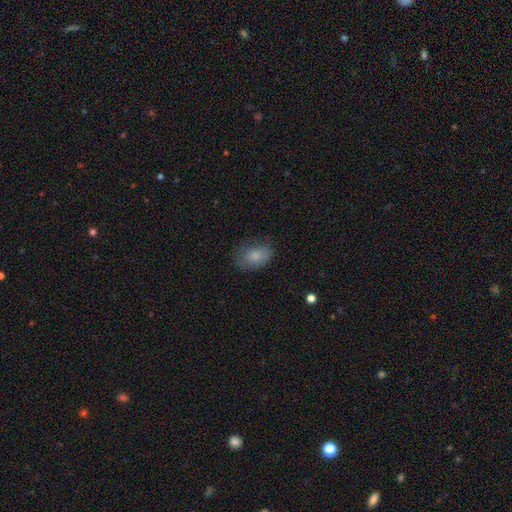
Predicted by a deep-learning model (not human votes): Q: Smooth or featured?
A: smooth (81%); runner-up: featured or disk (12%)
Q: How rounded?
A: in between (85%); runner-up: round (14%)
Q: Merging?
A: none (66%); runner-up: minor disturbance (24%)